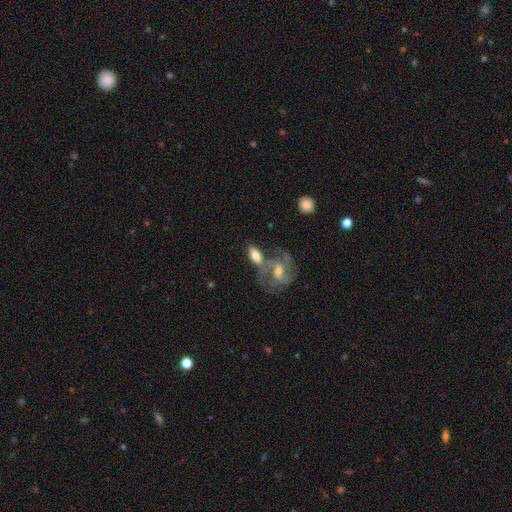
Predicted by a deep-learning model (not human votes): Overall: smooth (51%; featured or disk 42%). How rounded: in between (84%). Merging: none (39%, tied with merger).